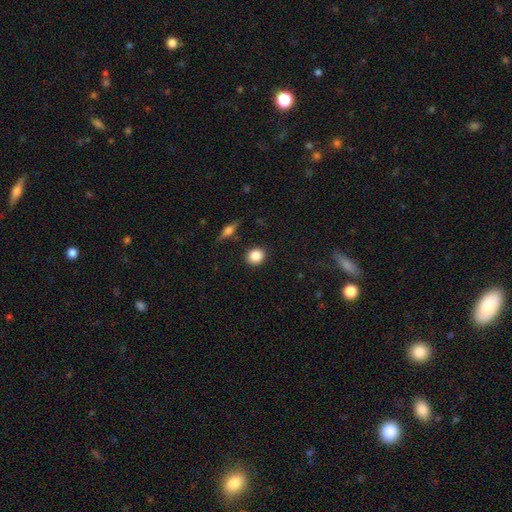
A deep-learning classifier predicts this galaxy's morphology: A smooth galaxy with no disk features (86%) that is round (77%).

Vote fractions:
- Smooth or featured? smooth: 86% / star or artifact: 8% / featured or disk: 6%
- How rounded? round: 77% / in between: 22% / cigar-shaped: 1%
- Merging? none: 89% / minor disturbance: 7% / major disturbance: 2% / merger: 2%